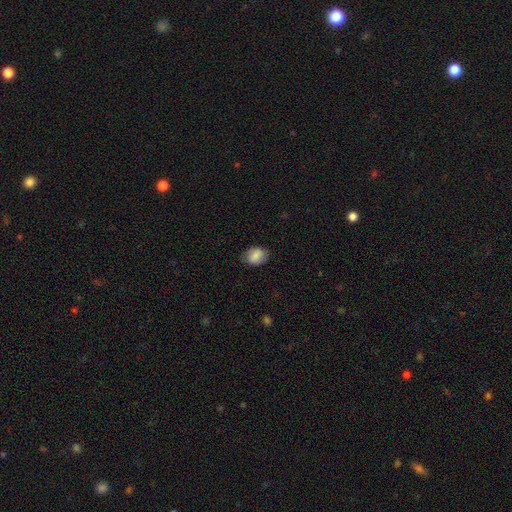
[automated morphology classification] Q: Smooth or featured?
A: smooth (80%); runner-up: featured or disk (12%)
Q: How rounded?
A: in between (70%); runner-up: round (29%)
Q: Merging?
A: none (78%); runner-up: minor disturbance (17%)